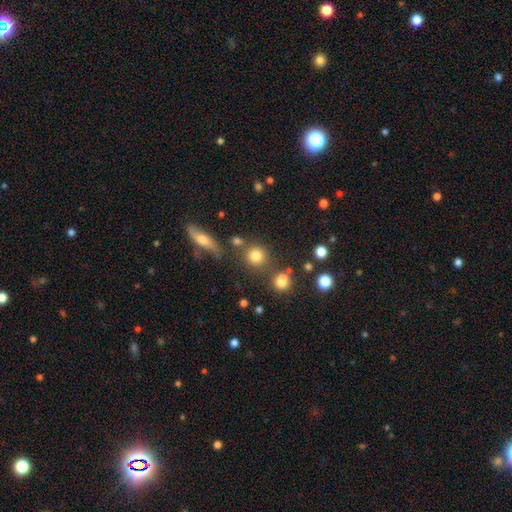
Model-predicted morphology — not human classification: A smooth galaxy with no disk features (79%) that is round (88%). Merging: none (72%).